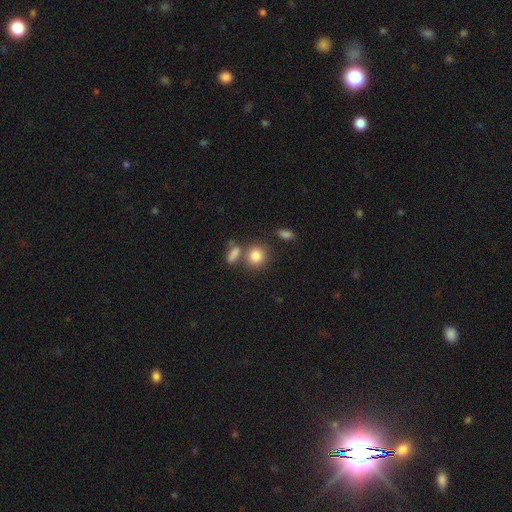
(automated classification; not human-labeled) This appears to be a smooth galaxy with no disk features (83%) that is round (74%). Merging: none (61%).